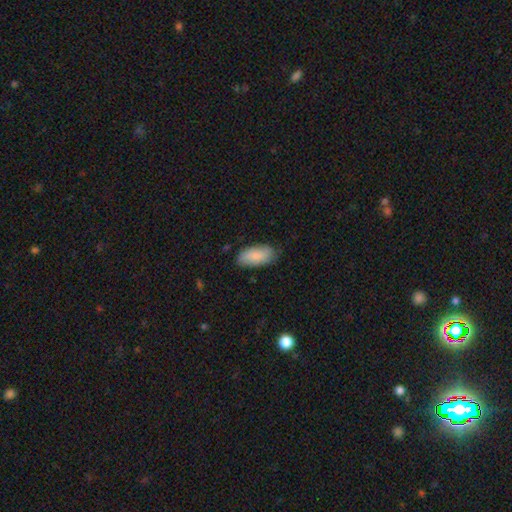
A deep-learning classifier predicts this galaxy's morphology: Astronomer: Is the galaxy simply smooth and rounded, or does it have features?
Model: smooth — 85%.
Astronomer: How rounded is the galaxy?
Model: in between — 91%.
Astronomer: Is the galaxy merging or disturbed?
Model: none — 78%.